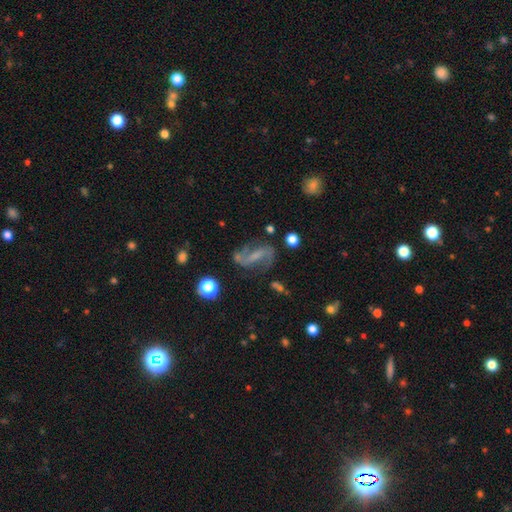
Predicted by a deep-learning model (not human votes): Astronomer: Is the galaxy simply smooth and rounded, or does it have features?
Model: featured or disk — 78%.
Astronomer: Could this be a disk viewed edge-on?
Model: no — 96%.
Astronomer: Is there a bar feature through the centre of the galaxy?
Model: strong — 41% (runner-up: weak, 39%).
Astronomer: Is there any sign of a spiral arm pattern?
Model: yes — 92%.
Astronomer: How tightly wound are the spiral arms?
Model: loose — 59%.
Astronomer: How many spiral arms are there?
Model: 2 — 90%.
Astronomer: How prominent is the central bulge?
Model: small — 42% (runner-up: none, 34%).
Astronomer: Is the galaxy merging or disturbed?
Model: none — 62%.